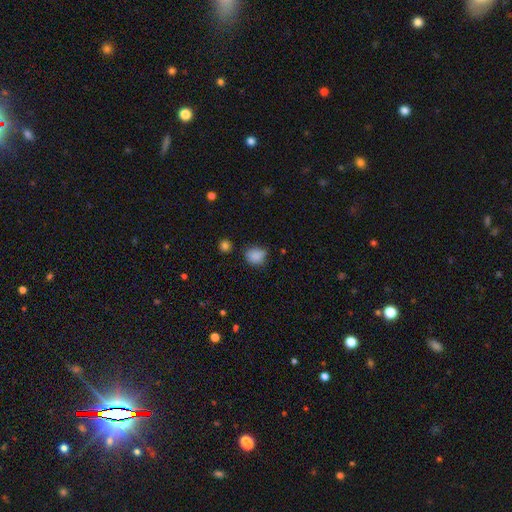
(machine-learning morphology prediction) Overall: smooth (83%). How rounded: round (64%; in between 35%). Merging: none (61%; minor disturbance 29%).